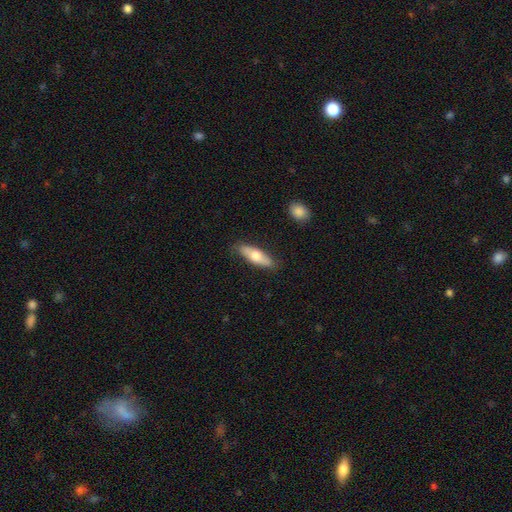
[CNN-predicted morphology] A smooth galaxy with no disk features (64%) that is cigar-shaped (49%, tied with in between). Merging: none (83%).